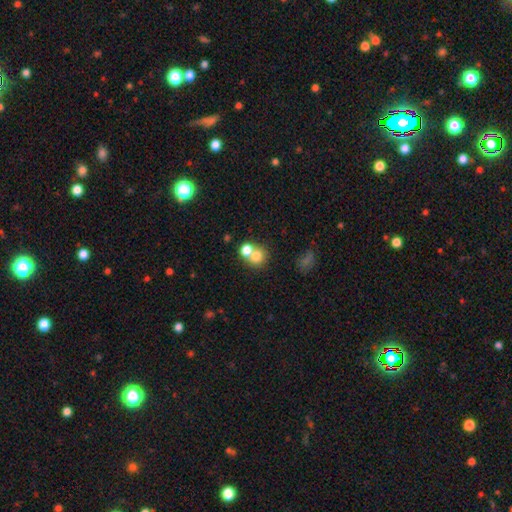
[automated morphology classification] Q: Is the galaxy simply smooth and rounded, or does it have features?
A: smooth — 74%.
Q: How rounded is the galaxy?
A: round — 77%.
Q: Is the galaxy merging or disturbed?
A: merger — 48%.